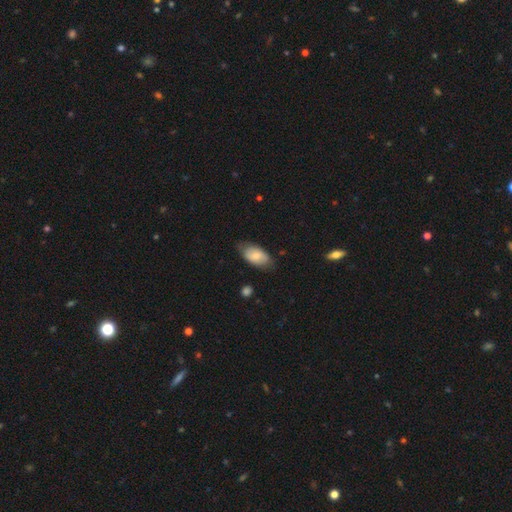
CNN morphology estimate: smooth 68%, featured or disk 26%, star or artifact 6%. Down the decision tree: how rounded — in between (93%); merging — none (71%).